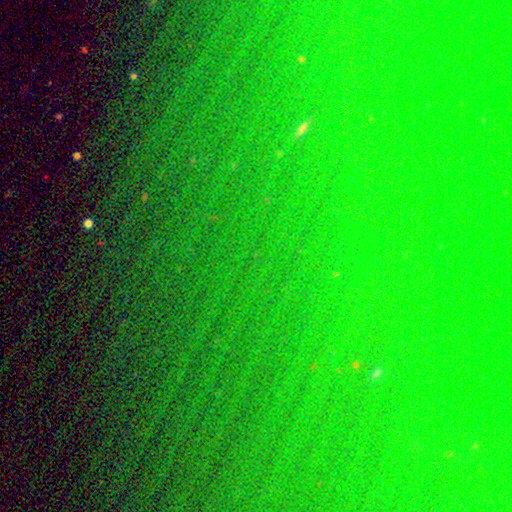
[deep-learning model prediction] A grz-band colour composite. It shows a star or artifact, not a galaxy (82%).